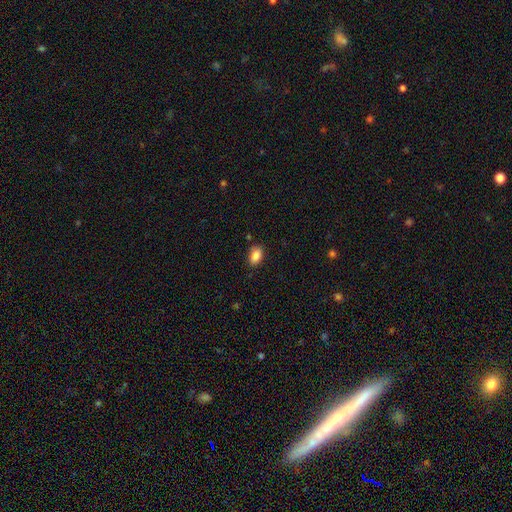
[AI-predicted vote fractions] Overall: smooth (87%). How rounded: in between (88%). Merging: none (84%).